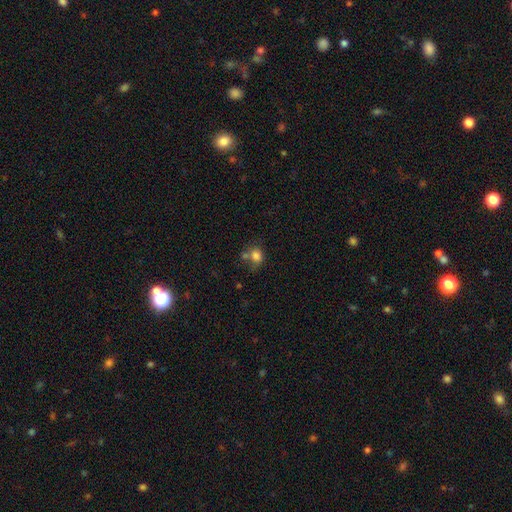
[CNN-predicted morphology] Overall: smooth (80%). How rounded: round (65%; in between 34%). Merging: none (46%; merger 29%).